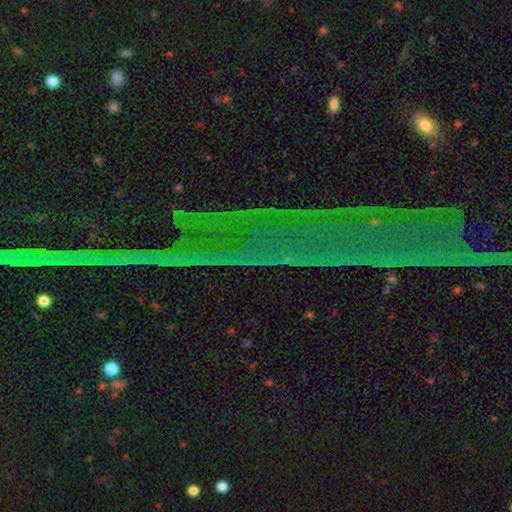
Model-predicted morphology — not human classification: star or artifact 79%, featured or disk 12%, smooth 9%.